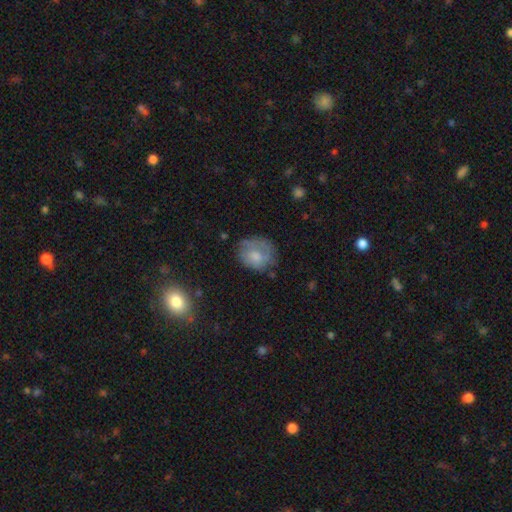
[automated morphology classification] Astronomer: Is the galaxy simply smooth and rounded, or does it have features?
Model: smooth — 65%.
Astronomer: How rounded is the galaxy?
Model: round — 62%.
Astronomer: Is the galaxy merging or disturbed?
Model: none — 56%.